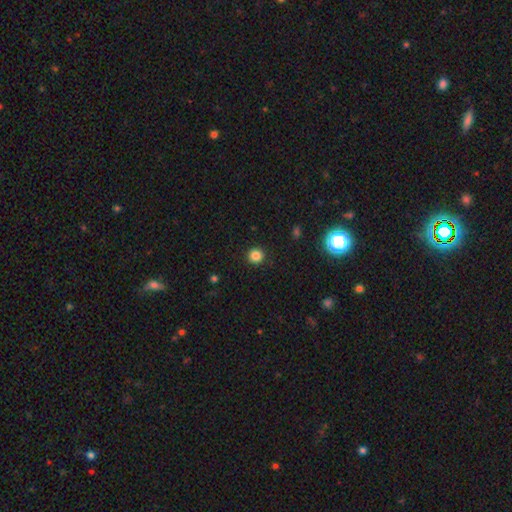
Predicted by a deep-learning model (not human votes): This is clearly a smooth galaxy (84%). How rounded: clearly round (94%). Merging: clearly none (92%).